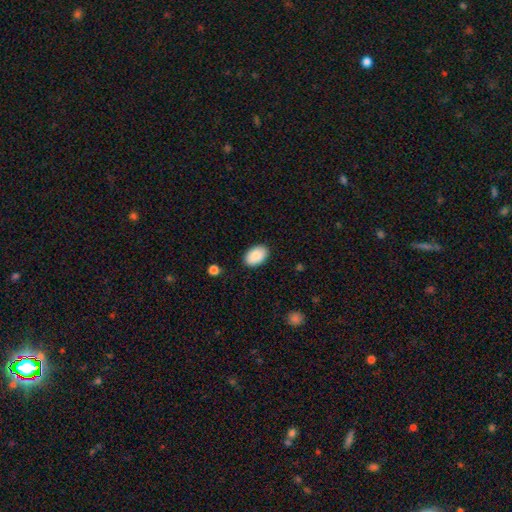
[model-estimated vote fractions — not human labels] smooth-or-featured: smooth: 89% | star or artifact: 6% | featured or disk: 4%
  how-rounded: in between: 91% | round: 8% | cigar-shaped: 1%
  merging: none: 88% | minor disturbance: 8% | major disturbance: 2% | merger: 1%